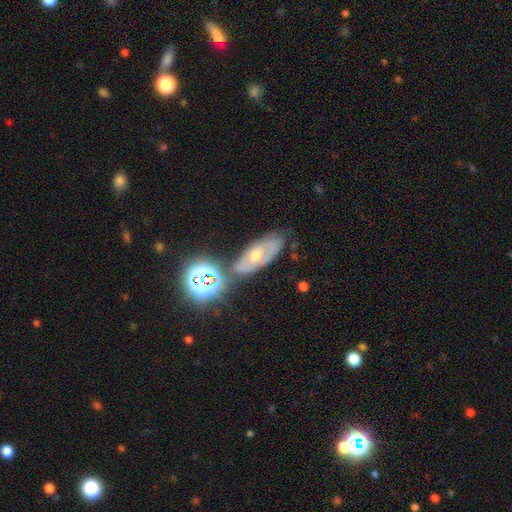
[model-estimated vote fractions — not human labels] Smooth or featured: featured or disk — 50% (smooth — 28%)
Merging: none — 68% (minor disturbance — 18%)